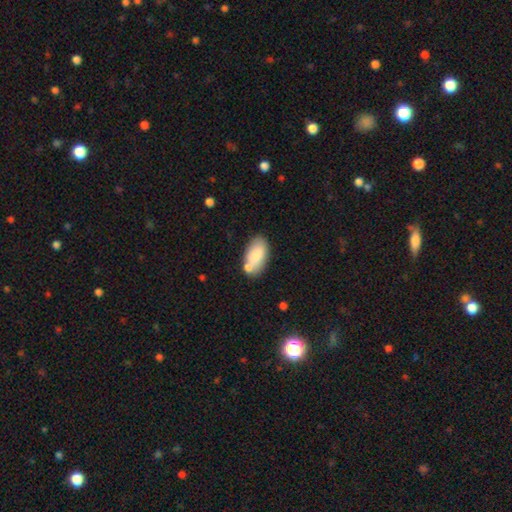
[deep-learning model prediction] The model was most divided on "merging": none: 63%, minor disturbance: 16%, merger: 16%, major disturbance: 4%. More confident: how rounded — in between (94%); smooth or featured — smooth (81%).